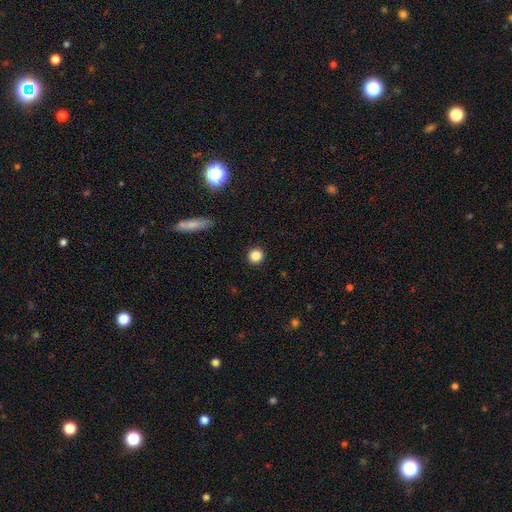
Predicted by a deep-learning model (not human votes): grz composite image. It shows a smooth galaxy with no disk features (86%) that is round (92%). Merging: none (92%).